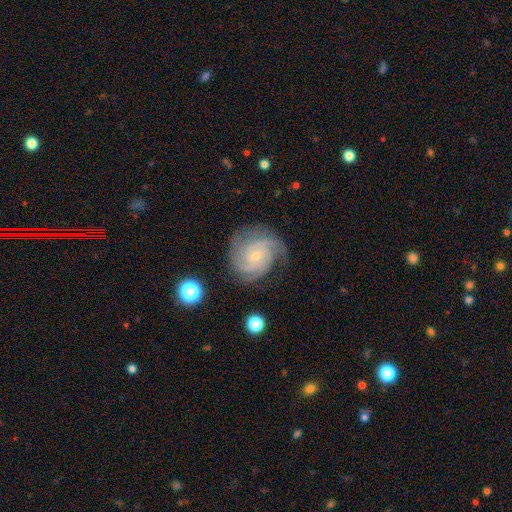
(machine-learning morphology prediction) A featured or disk galaxy (86%) with no bar (66%), 3 (39%) tight (56%) spiral arms (97%) and a small central bulge (77%).

Vote fractions:
- Smooth or featured? featured or disk: 86% / smooth: 8% / star or artifact: 6%
- Edge-on disk? no: 98% / yes: 2%
- Bar? no: 66% / weak: 29% / strong: 5%
- Spiral arms? yes: 97% / no: 3%
- Spiral winding? tight: 56% / medium: 37% / loose: 7%
- Spiral arm count? 3: 39% / 2: 18% / can't tell: 17% / 4: 16% / more than 4: 5% / 1: 5%
- Bulge size? small: 77% / moderate: 18% / none: 2% / large: 1% / dominant: 1%
- Merging? none: 73% / minor disturbance: 18% / major disturbance: 8% / merger: 1%